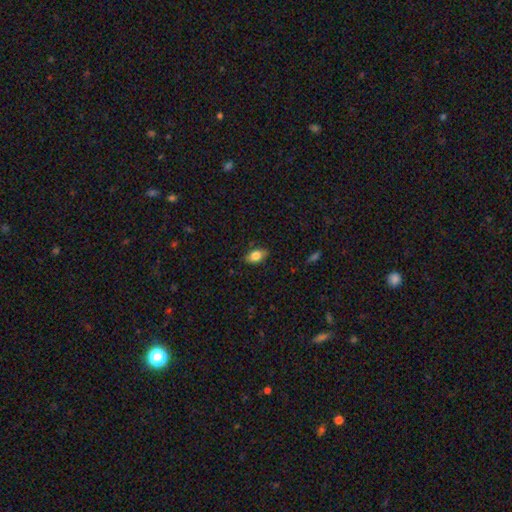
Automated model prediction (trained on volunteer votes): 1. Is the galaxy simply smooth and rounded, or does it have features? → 81% smooth, 11% featured or disk, 8% star or artifact.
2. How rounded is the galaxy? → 89% in between, 7% round, 4% cigar-shaped.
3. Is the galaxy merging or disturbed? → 84% none, 12% minor disturbance, 2% major disturbance, 1% merger.